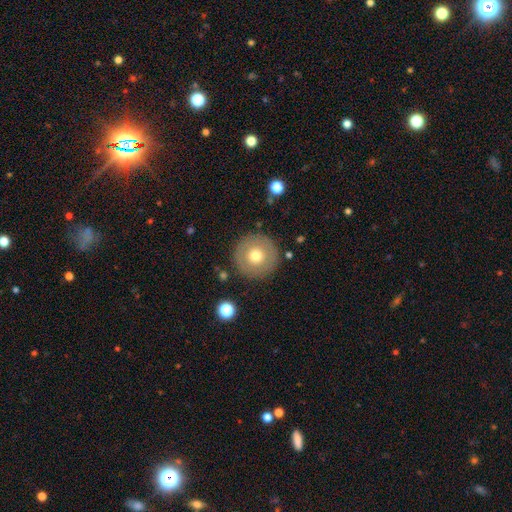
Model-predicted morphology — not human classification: Overall: smooth (66%; featured or disk 26%). How rounded: round (97%). Merging: none (89%).